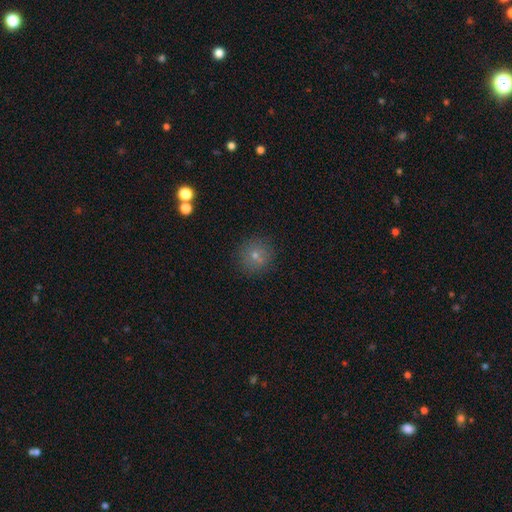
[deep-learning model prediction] smooth_or_featured: smooth (p=0.69) [alt: star or artifact p=0.17]
how_rounded: round (p=0.92) [alt: in between p=0.07]
merging: none (p=0.82) [alt: minor disturbance p=0.09]